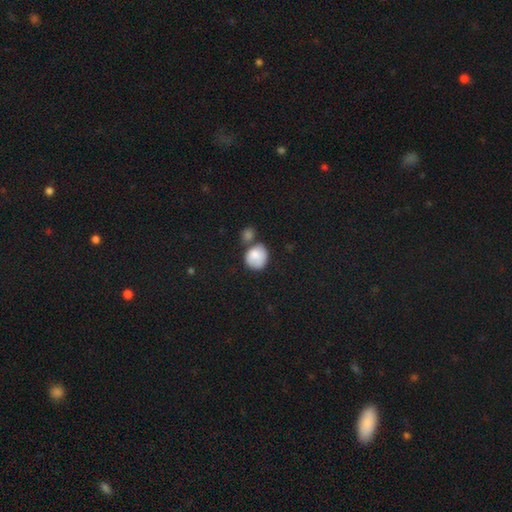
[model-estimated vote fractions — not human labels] This is clearly a smooth galaxy (81%). How rounded: likely round (73%). Merging: marginally none (43%).